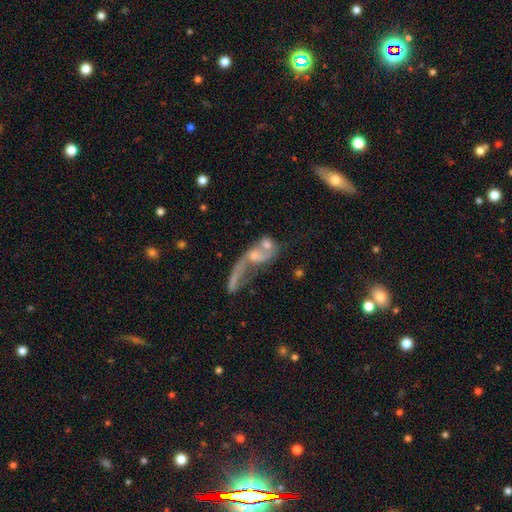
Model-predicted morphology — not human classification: This appears to be a featured or disk galaxy (57%). Merging: merger (47%).